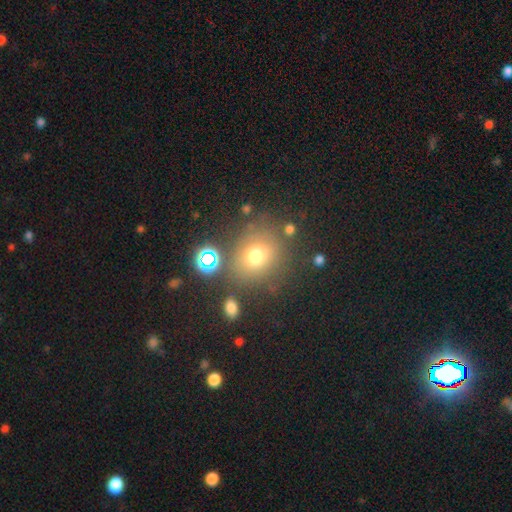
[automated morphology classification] A smooth galaxy with no disk features (68%) that is round (70%). Merging: none (74%).